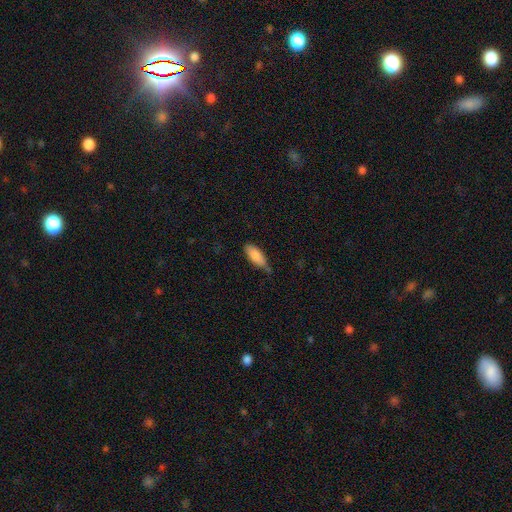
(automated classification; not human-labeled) Smooth or featured? smooth (86%)
How rounded? in between (76%)
Merging? none (60%)